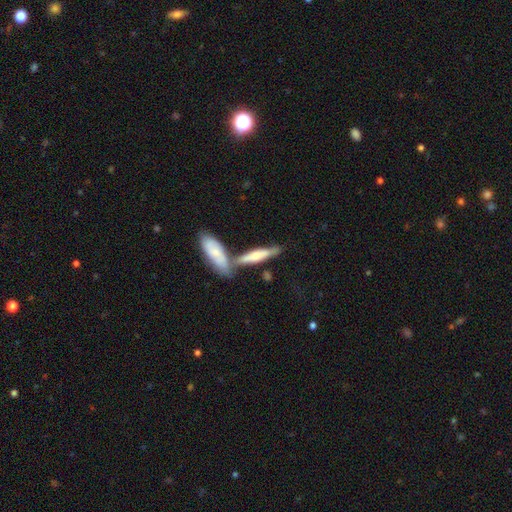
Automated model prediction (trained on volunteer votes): Smooth or featured: featured or disk — 48% (smooth — 46%)
Merging: none — 46% (merger — 38%)